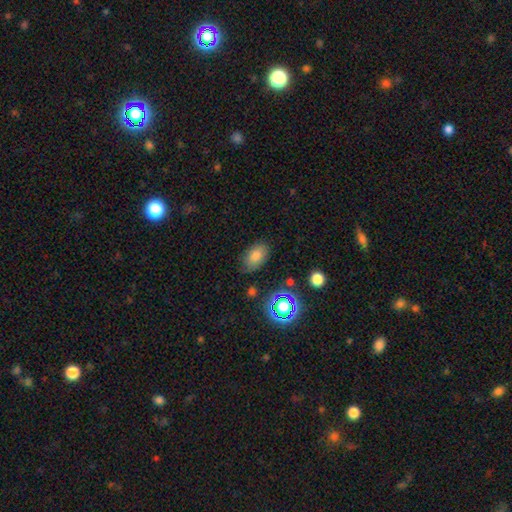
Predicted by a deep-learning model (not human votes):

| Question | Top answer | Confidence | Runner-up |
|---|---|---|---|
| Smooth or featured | smooth | 78% | star or artifact (13%) |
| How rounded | in between | 89% | round (9%) |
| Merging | none | 77% | minor disturbance (16%) |